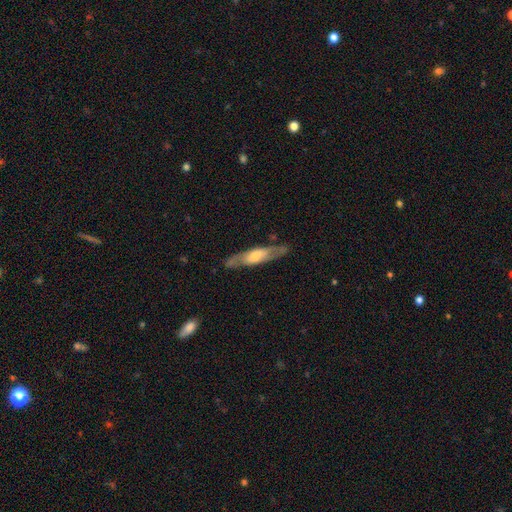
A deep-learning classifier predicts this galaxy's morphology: The model was most divided on "smooth or featured": featured or disk: 58%, smooth: 37%, star or artifact: 5%. More confident: merging — none (80%); edge-on disk — yes (61%).